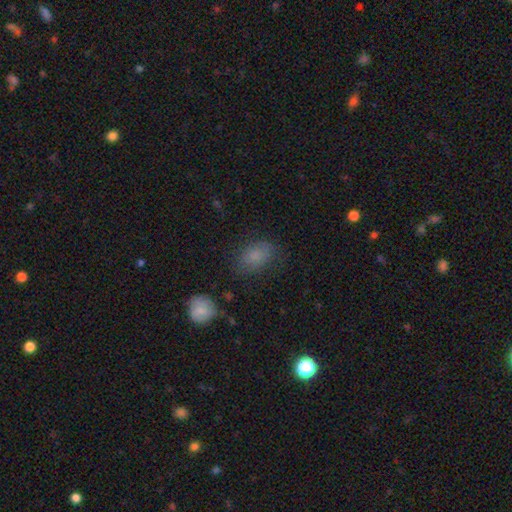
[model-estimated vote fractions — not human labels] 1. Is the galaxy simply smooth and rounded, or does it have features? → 78% smooth, 12% star or artifact, 10% featured or disk.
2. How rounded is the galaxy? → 83% in between, 15% round, 2% cigar-shaped.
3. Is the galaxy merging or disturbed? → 72% none, 19% minor disturbance, 7% major disturbance, 2% merger.